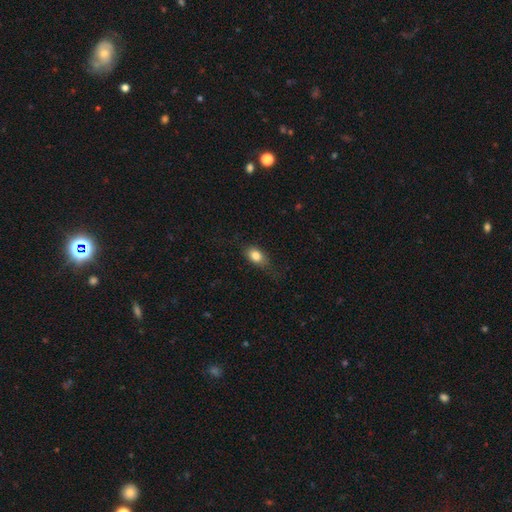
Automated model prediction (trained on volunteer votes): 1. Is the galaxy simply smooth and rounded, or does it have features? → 82% smooth, 10% featured or disk, 8% star or artifact.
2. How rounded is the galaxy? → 78% in between, 18% round, 5% cigar-shaped.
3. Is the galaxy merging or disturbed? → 63% none, 26% minor disturbance, 10% major disturbance, 1% merger.